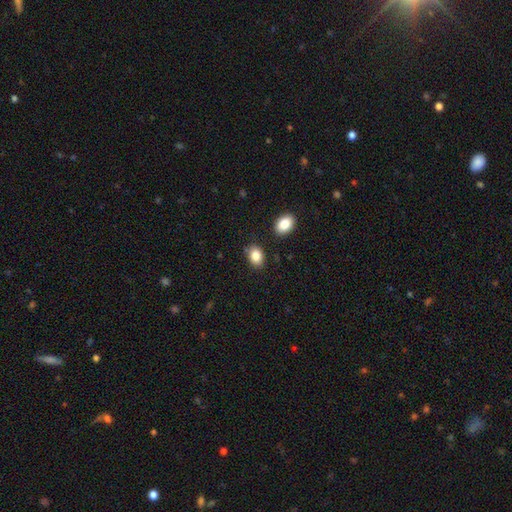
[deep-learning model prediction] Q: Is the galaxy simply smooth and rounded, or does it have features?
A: smooth — 85%.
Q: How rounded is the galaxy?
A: in between — 79%.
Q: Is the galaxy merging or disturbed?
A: none — 81%.